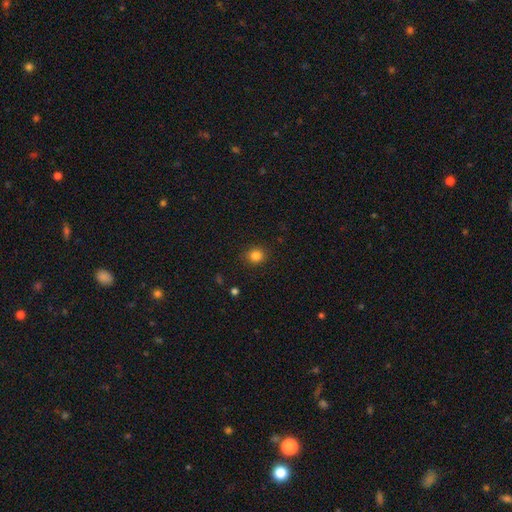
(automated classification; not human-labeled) smooth 83%, star or artifact 12%, featured or disk 5%. Down the decision tree: how rounded — round (81%); merging — none (88%).